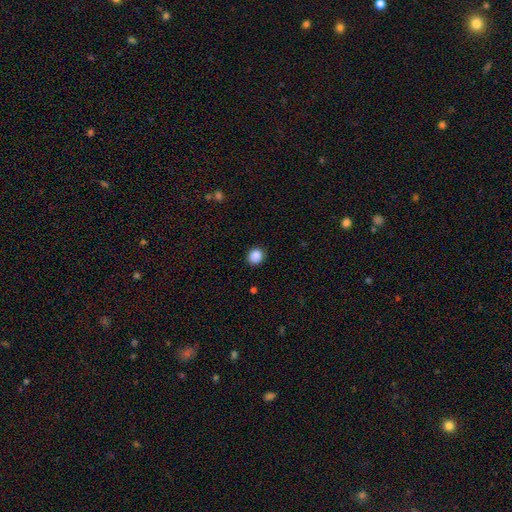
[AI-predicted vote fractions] smooth 88%, star or artifact 10%, featured or disk 3%. Down the decision tree: how rounded — round (83%); merging — none (89%).